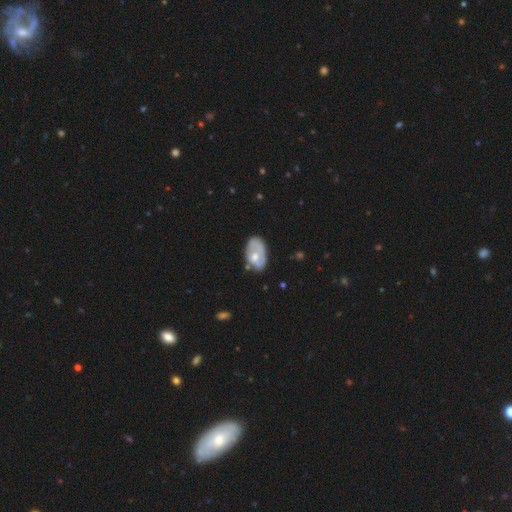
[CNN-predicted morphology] This is possibly a featured or disk galaxy (48%). Merging: possibly none (47%).